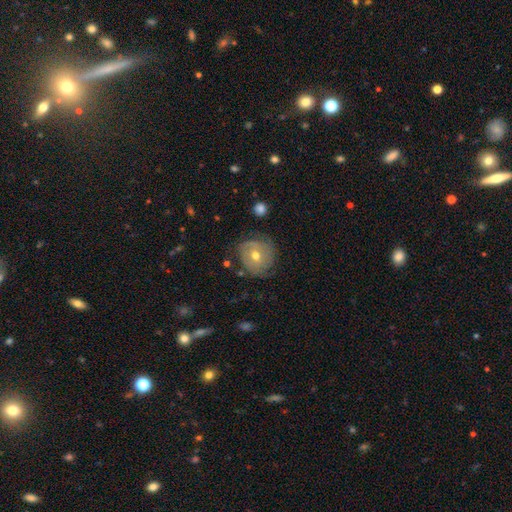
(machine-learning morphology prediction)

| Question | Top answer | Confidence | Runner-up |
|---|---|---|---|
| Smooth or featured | featured or disk | 56% | smooth (35%) |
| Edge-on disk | no | 96% | yes (4%) |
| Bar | no | 70% | weak (24%) |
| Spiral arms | yes | 70% | no (30%) |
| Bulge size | moderate | 71% | small (24%) |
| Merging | none | 72% | minor disturbance (20%) |